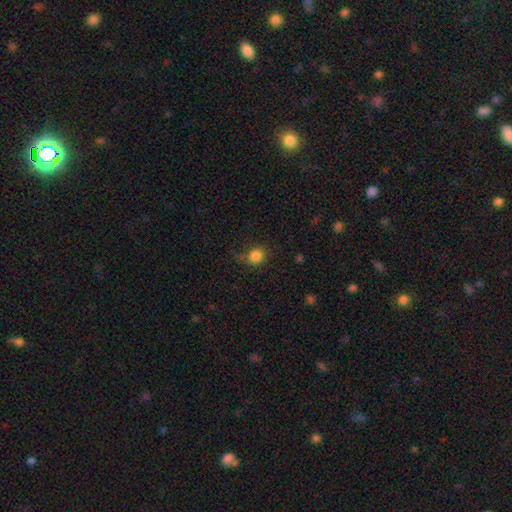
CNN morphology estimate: Smooth or featured? Predicted: smooth (p=0.84). How rounded? Predicted: round (p=0.81). Merging? Predicted: none (p=0.70).